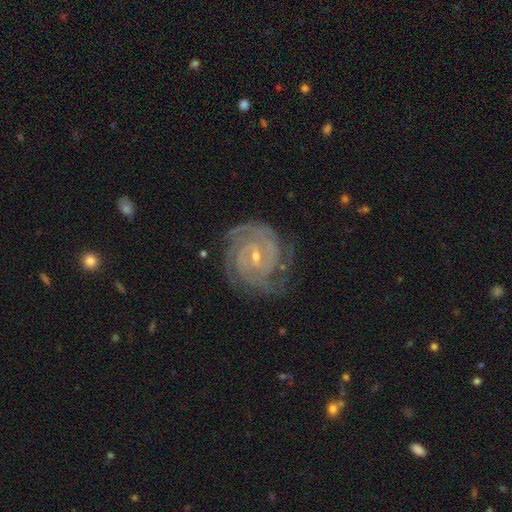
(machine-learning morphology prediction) Smooth or featured? Predicted: featured or disk (p=0.91). Edge-on disk? Predicted: no (p=0.97). Bar? Predicted: weak (p=0.52). Spiral arms? Predicted: yes (p=0.98). Spiral winding? Predicted: tight (p=0.80). Spiral arm count? Predicted: 2 (p=0.32). Bulge size? Predicted: small (p=0.67). Merging? Predicted: none (p=0.77).